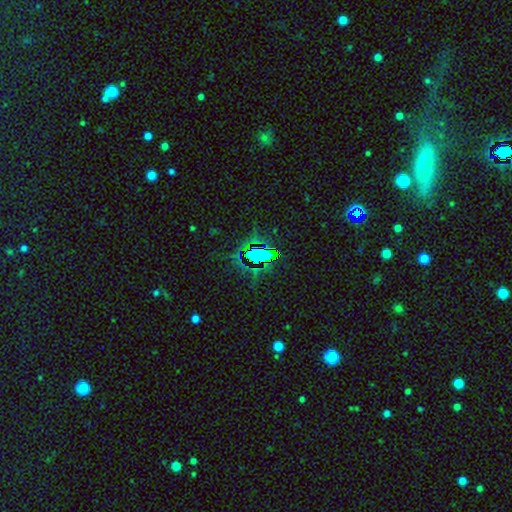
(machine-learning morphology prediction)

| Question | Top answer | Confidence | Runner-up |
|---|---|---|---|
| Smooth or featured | star or artifact | 68% | smooth (19%) |